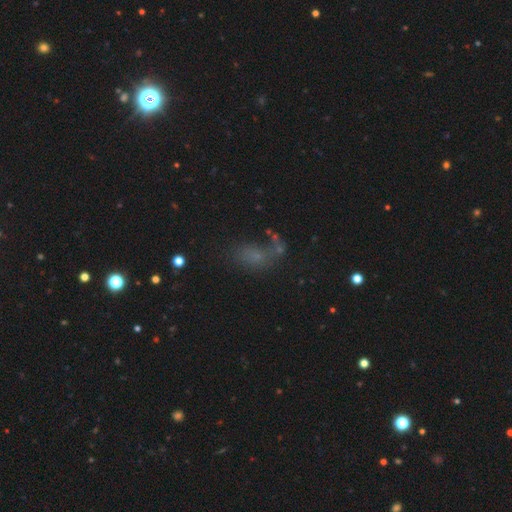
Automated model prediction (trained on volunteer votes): Smooth or featured? smooth (45%)
Merging? none (36%)